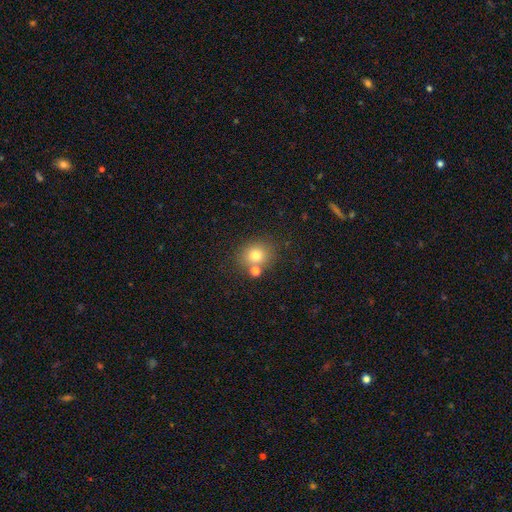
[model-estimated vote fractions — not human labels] smooth 76%, star or artifact 13%, featured or disk 10%. Down the decision tree: how rounded — round (75%); merging — none (71%).